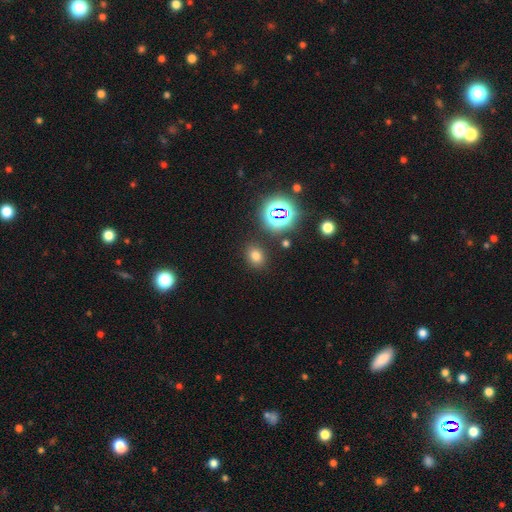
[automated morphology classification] Q: Smooth or featured?
A: smooth (70%); runner-up: star or artifact (23%)
Q: How rounded?
A: round (51%); runner-up: in between (48%)
Q: Merging?
A: none (85%); runner-up: minor disturbance (9%)